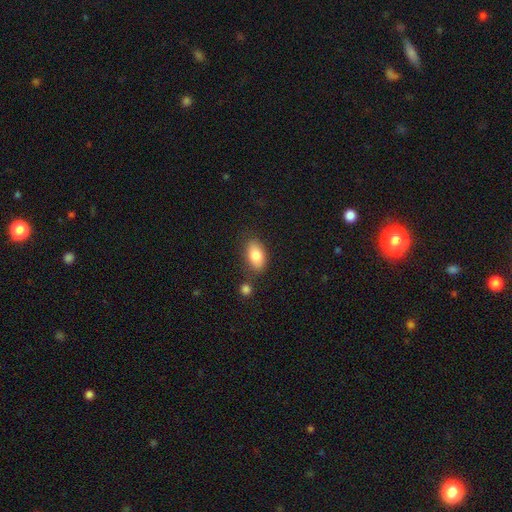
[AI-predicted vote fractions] Q: Smooth or featured?
A: smooth (82%); runner-up: featured or disk (11%)
Q: How rounded?
A: in between (91%); runner-up: round (6%)
Q: Merging?
A: none (75%); runner-up: minor disturbance (14%)